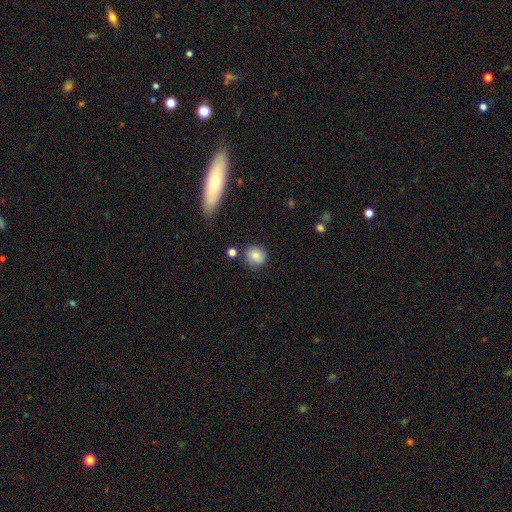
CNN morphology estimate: Overall: smooth (80%). How rounded: round (82%). Merging: none (74%).